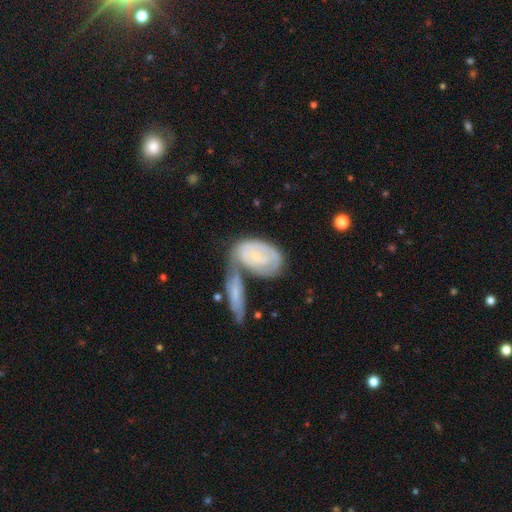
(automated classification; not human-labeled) smooth_or_featured: featured or disk (p=0.56) [alt: smooth p=0.38]
disk_edge_on: no (p=0.92) [alt: yes p=0.08]
bar: no (p=0.70) [alt: weak p=0.24]
has_spiral_arms: yes (p=0.68) [alt: no p=0.32]
bulge_size: small (p=0.69) [alt: moderate p=0.18]
merging: merger (p=0.50) [alt: none p=0.28]